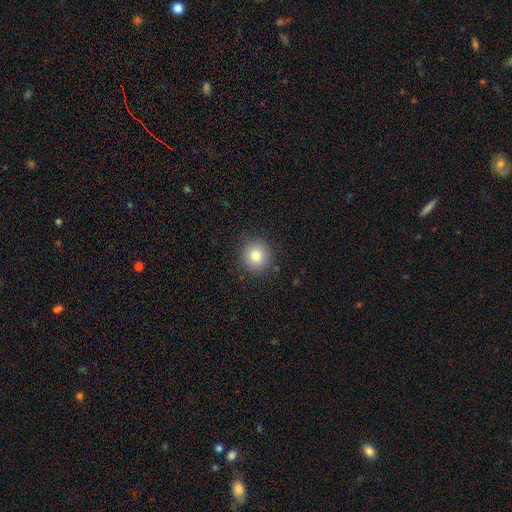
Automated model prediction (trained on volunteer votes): The model was most divided on "smooth or featured": smooth: 82%, star or artifact: 10%, featured or disk: 7%. More confident: how rounded — round (91%); merging — none (90%).